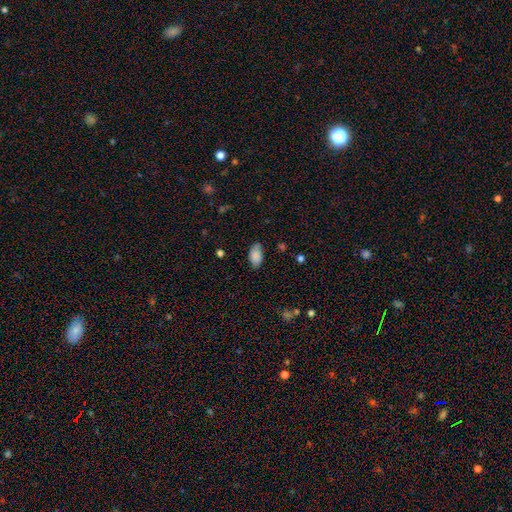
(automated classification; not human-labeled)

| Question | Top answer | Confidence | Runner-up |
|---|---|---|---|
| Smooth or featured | smooth | 84% | featured or disk (8%) |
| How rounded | in between | 93% | round (5%) |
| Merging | none | 79% | minor disturbance (17%) |